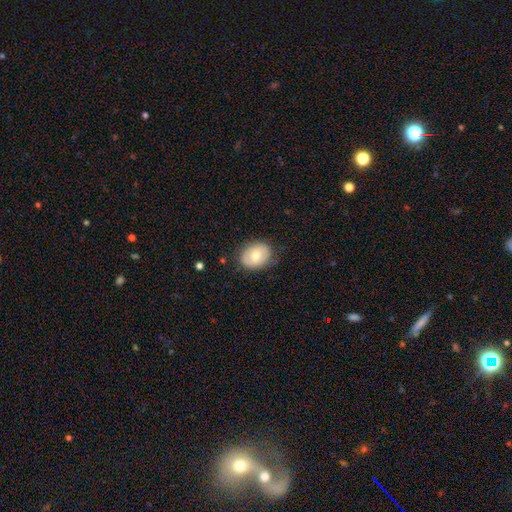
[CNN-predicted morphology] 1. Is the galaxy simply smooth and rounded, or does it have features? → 63% smooth, 30% featured or disk, 7% star or artifact.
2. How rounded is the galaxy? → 60% in between, 39% round, 1% cigar-shaped.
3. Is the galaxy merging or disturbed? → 79% none, 16% minor disturbance, 4% major disturbance, 1% merger.